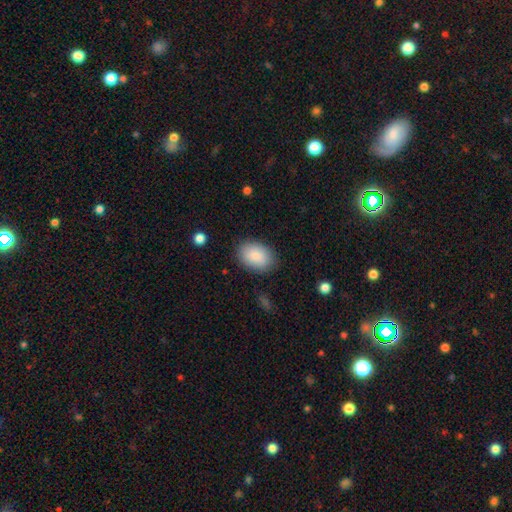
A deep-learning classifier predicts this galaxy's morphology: smooth_or_featured: smooth (p=0.87) [alt: star or artifact p=0.07]
how_rounded: in between (p=0.85) [alt: round p=0.14]
merging: none (p=0.85) [alt: minor disturbance p=0.11]